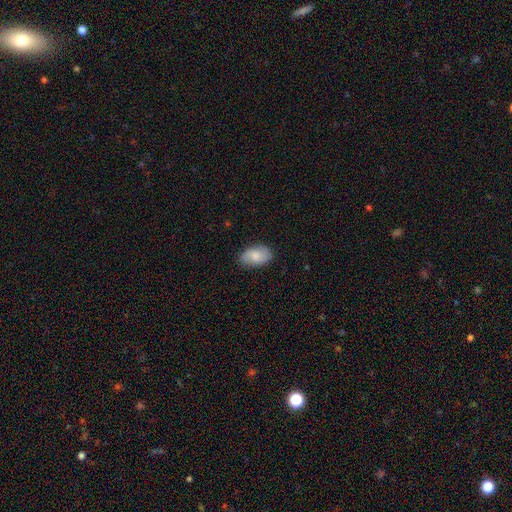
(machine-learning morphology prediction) Smooth or featured? smooth (74%)
How rounded? in between (91%)
Merging? none (81%)